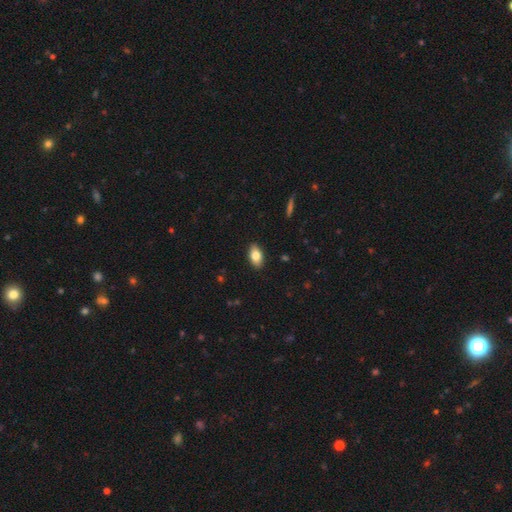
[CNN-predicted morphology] Smooth or featured: smooth — 82% (featured or disk — 11%)
How rounded: in between — 92% (round — 5%)
Merging: none — 89% (minor disturbance — 8%)